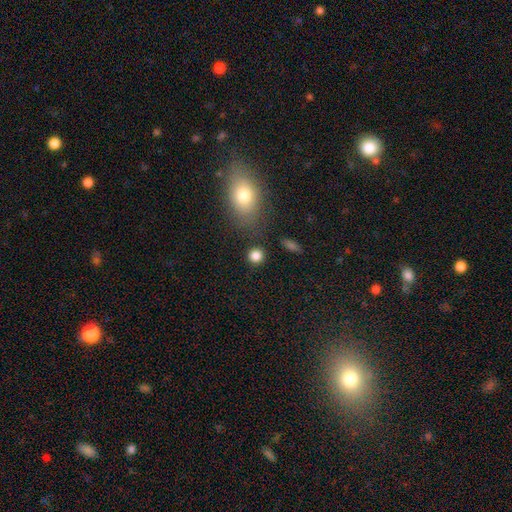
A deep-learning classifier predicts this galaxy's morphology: Smooth or featured? Predicted: smooth (p=0.85). How rounded? Predicted: round (p=0.86). Merging? Predicted: none (p=0.83).